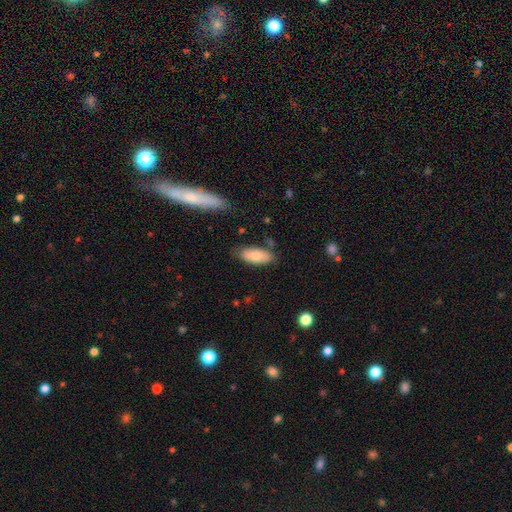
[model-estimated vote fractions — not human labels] smooth 82%, featured or disk 12%, star or artifact 6%. Down the decision tree: how rounded — in between (86%); merging — none (77%).